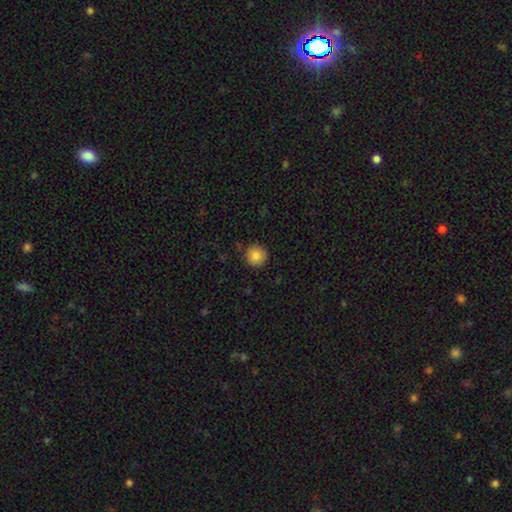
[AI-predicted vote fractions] A smooth galaxy with no disk features (87%) that is round (95%).

Vote fractions:
- Smooth or featured? smooth: 87% / star or artifact: 9% / featured or disk: 4%
- How rounded? round: 95% / in between: 4% / cigar-shaped: 1%
- Merging? none: 89% / minor disturbance: 7% / major disturbance: 2% / merger: 1%